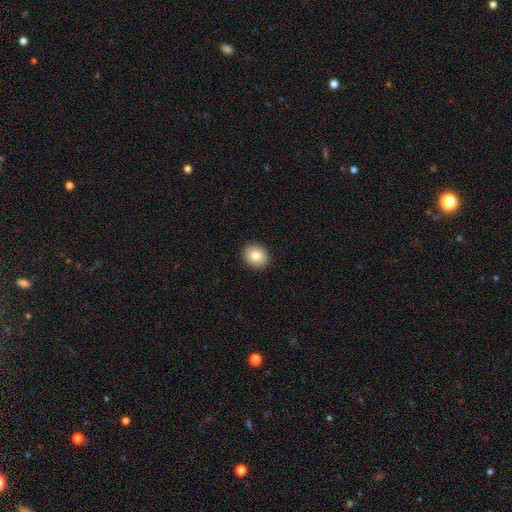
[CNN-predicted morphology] This is clearly a smooth galaxy (82%). How rounded: likely round (75%). Merging: clearly none (92%).